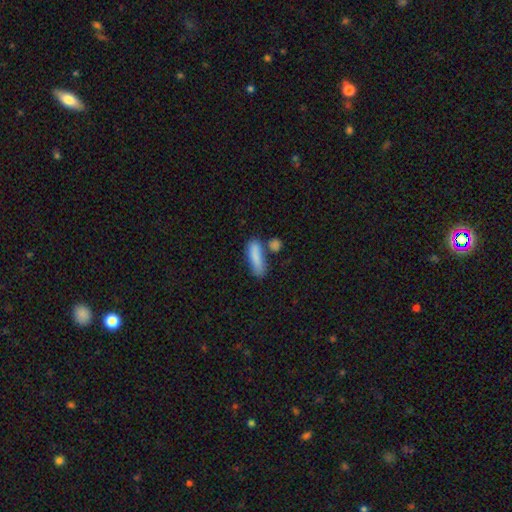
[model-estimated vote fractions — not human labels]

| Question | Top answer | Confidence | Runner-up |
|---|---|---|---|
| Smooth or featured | smooth | 82% | featured or disk (10%) |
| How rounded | cigar-shaped | 57% | in between (39%) |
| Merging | none | 53% | merger (21%) |